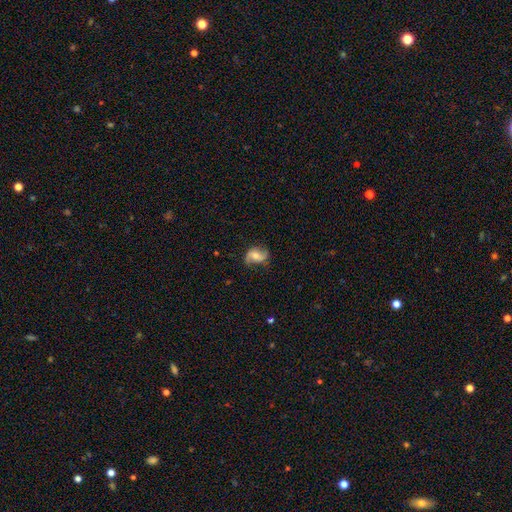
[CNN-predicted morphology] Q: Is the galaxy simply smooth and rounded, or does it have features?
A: featured or disk — 69%.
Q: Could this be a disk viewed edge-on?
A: no — 97%.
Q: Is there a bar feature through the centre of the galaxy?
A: no — 53%.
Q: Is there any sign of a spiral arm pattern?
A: yes — 92%.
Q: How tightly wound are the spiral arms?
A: loose — 62%.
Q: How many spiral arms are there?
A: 2 — 90%.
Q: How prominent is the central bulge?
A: moderate — 56%.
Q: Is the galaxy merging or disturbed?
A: none — 70%.